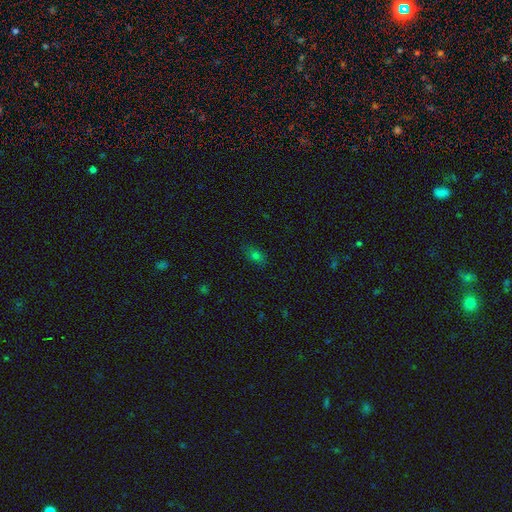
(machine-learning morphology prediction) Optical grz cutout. It shows a smooth galaxy with no disk features (70%) that is in between round and cigar-shaped (80%). Merging: none (82%).